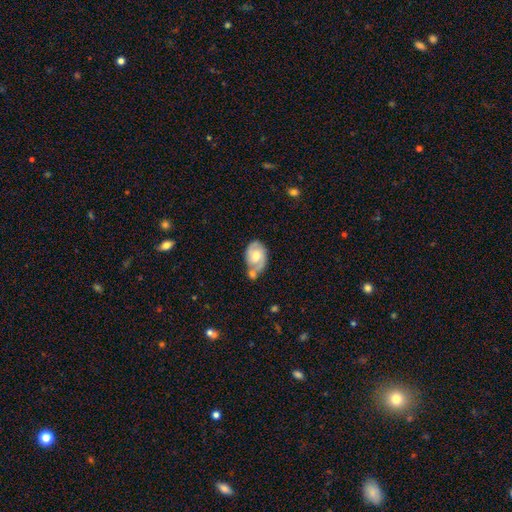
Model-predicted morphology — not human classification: Smooth or featured: featured or disk — 66% (smooth — 28%)
Edge-on disk: no — 96% (yes — 4%)
Bar: no — 50% (weak — 41%)
Spiral arms: yes — 85% (no — 15%)
Spiral winding: medium — 44% (tight — 39%)
Spiral arm count: 2 — 76% (can't tell — 11%)
Bulge size: moderate — 67% (small — 18%)
Merging: none — 43% (merger — 28%)